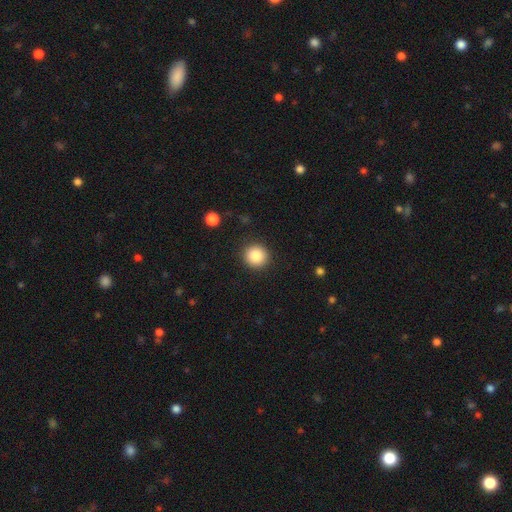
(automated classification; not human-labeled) The model was most divided on "smooth or featured": smooth: 87%, star or artifact: 9%, featured or disk: 4%. More confident: how rounded — round (94%); merging — none (91%).